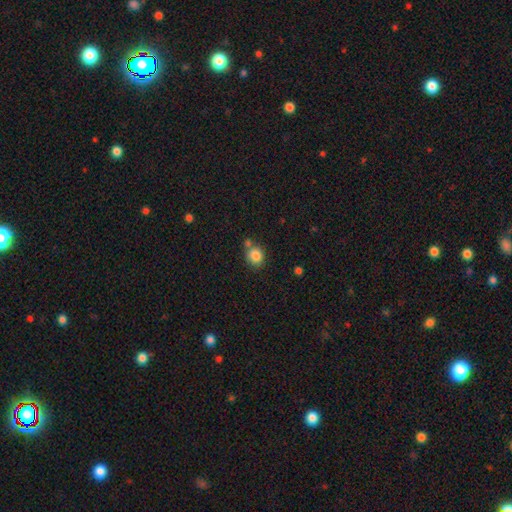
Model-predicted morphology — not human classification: Smooth or featured? smooth (85%)
How rounded? round (77%)
Merging? none (64%)